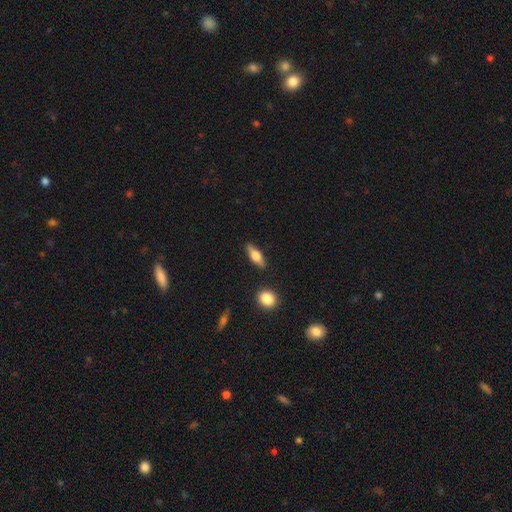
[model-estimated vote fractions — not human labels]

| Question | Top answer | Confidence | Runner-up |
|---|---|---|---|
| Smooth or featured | smooth | 60% | featured or disk (33%) |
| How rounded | in between | 59% | cigar-shaped (36%) |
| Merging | none | 84% | minor disturbance (11%) |